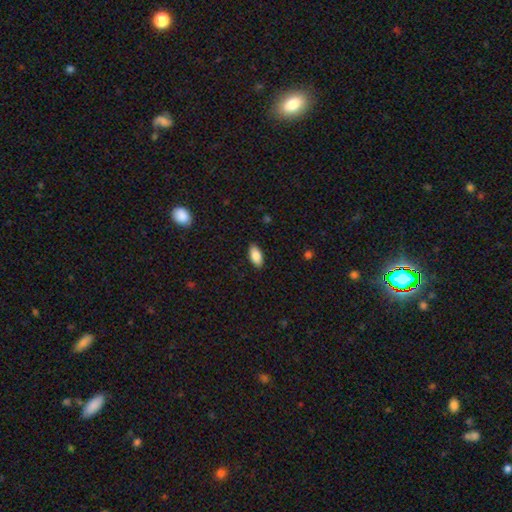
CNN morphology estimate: A smooth galaxy with no disk features (87%) that is in between round and cigar-shaped (92%).

Vote fractions:
- Smooth or featured? smooth: 87% / star or artifact: 7% / featured or disk: 7%
- How rounded? in between: 92% / cigar-shaped: 6% / round: 2%
- Merging? none: 87% / minor disturbance: 10% / major disturbance: 2% / merger: 1%